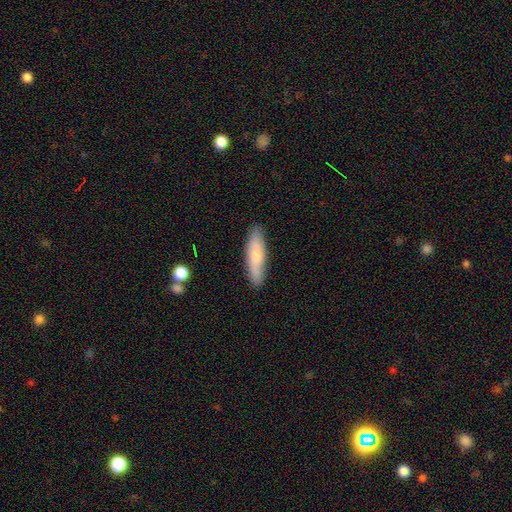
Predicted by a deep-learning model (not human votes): Q: Smooth or featured?
A: smooth (70%); runner-up: featured or disk (24%)
Q: How rounded?
A: cigar-shaped (68%); runner-up: in between (30%)
Q: Merging?
A: none (84%); runner-up: minor disturbance (12%)